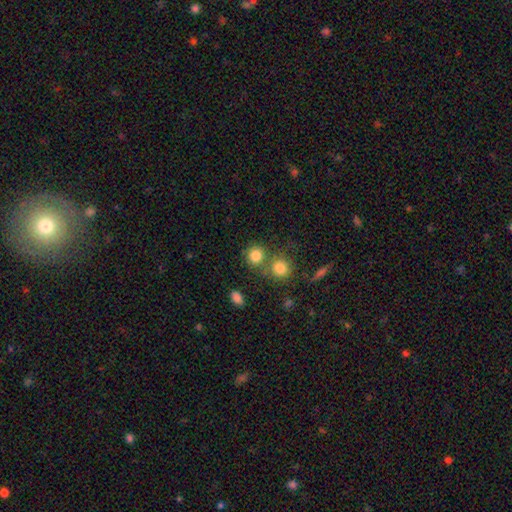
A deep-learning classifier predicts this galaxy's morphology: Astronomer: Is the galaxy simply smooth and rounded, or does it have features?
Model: smooth — 82%.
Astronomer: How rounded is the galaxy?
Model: round — 87%.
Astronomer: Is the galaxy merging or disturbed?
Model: none — 61%.